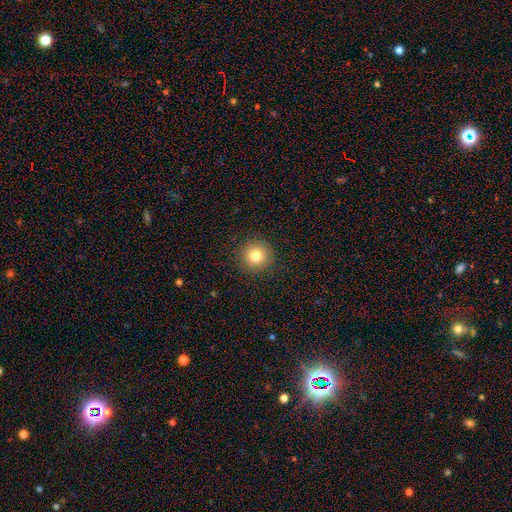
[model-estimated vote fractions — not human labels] Overall: smooth (81%). How rounded: round (95%). Merging: none (91%).